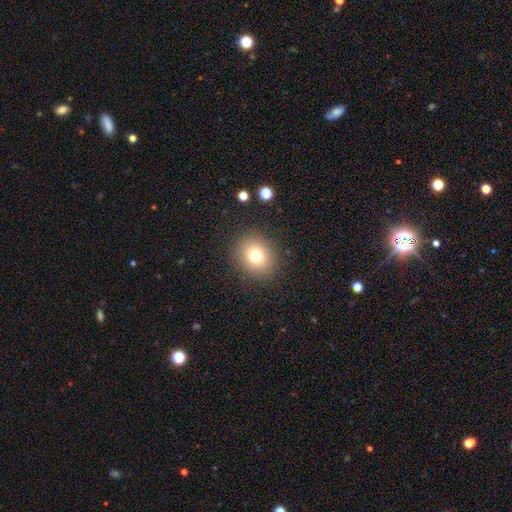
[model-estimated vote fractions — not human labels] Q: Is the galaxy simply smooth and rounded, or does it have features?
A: smooth — 75%.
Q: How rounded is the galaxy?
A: round — 75%.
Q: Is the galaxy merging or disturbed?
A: none — 88%.